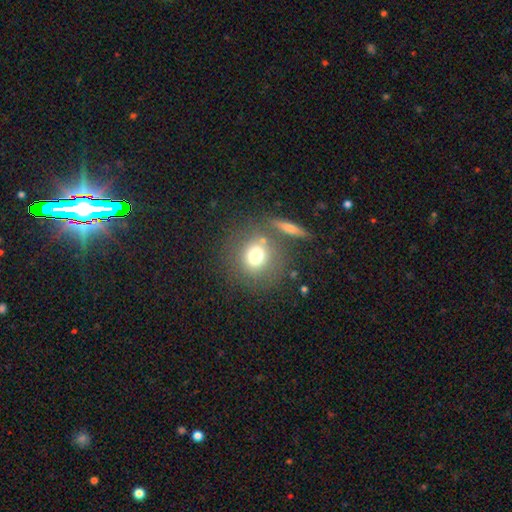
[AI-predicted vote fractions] A smooth galaxy with no disk features (73%) that is round (85%).

Vote fractions:
- Smooth or featured? smooth: 73% / featured or disk: 15% / star or artifact: 12%
- How rounded? round: 85% / in between: 14% / cigar-shaped: 1%
- Merging? none: 69% / merger: 13% / minor disturbance: 12% / major disturbance: 6%